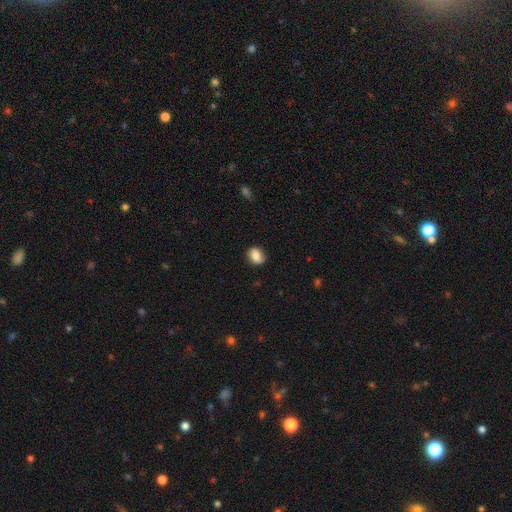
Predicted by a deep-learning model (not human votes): The model was most divided on "how rounded": in between: 54%, round: 44%, cigar-shaped: 1%. More confident: smooth or featured — smooth (80%); merging — none (79%).